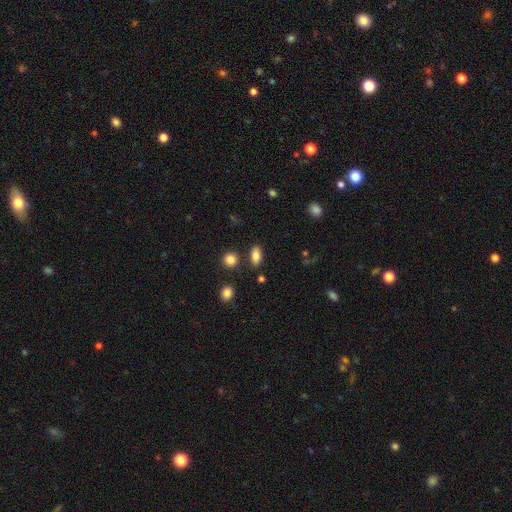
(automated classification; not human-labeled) smooth_or_featured: smooth (p=0.84) [alt: star or artifact p=0.09]
how_rounded: in between (p=0.86) [alt: round p=0.08]
merging: none (p=0.84) [alt: minor disturbance p=0.10]